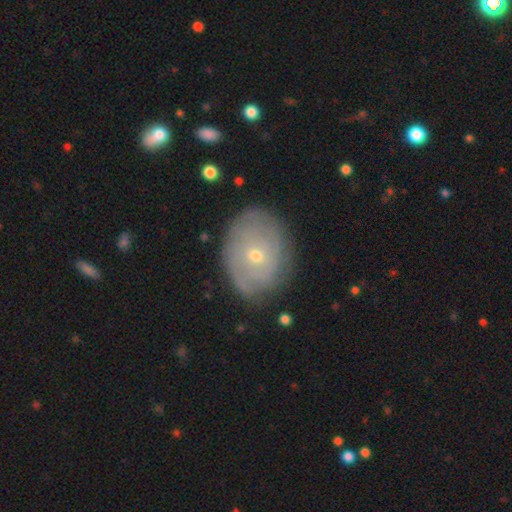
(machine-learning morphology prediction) smooth-or-featured: featured or disk: 60% | smooth: 32% | star or artifact: 8%
  disk-edge-on: no: 95% | yes: 5%
    bar: no: 83% | weak: 15% | strong: 3%
    has-spiral-arms: yes: 64% | no: 36%
    bulge-size: small: 62% | moderate: 35% | large: 1% | none: 1% | dominant: 1%
  merging: none: 75% | minor disturbance: 18% | major disturbance: 5% | merger: 1%